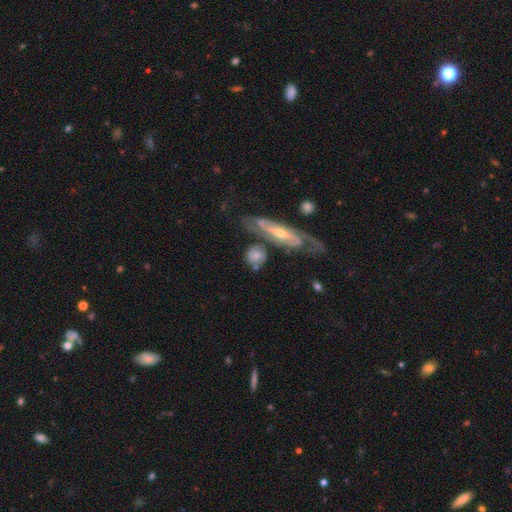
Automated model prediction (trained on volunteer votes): Morphology: type=smooth (55%); roundness=round (74%); merging=none (57%).